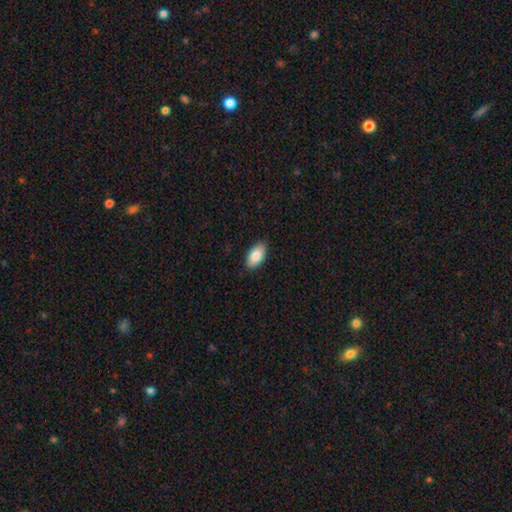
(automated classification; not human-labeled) The model was most divided on "merging": none: 86%, minor disturbance: 11%, major disturbance: 2%, merger: 1%. More confident: how rounded — in between (95%); smooth or featured — smooth (85%).